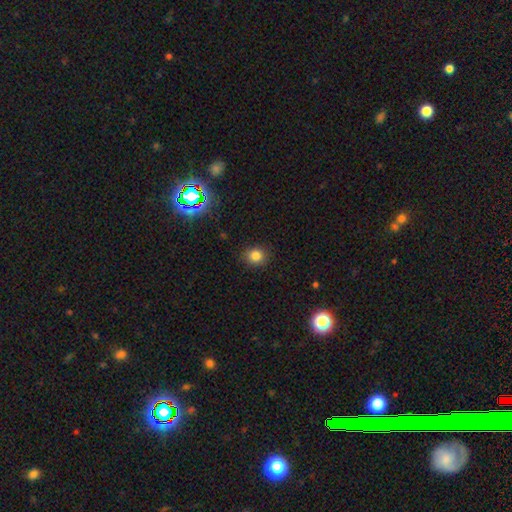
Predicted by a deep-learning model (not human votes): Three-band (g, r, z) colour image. It shows a smooth galaxy with no disk features (81%) that is round (76%). Merging: none (86%).